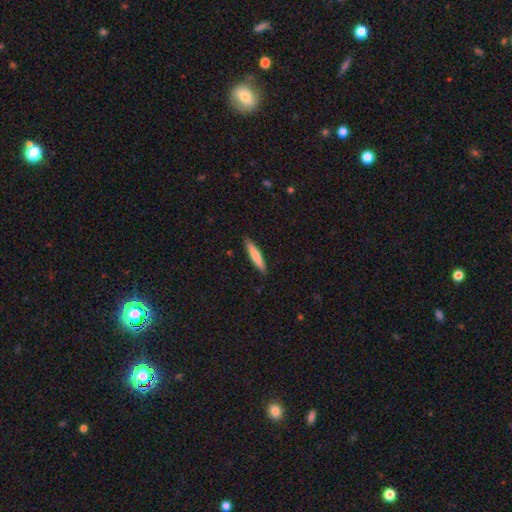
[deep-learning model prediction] A smooth galaxy with no disk features (77%) that is cigar-shaped (89%).

Vote fractions:
- Smooth or featured? smooth: 77% / featured or disk: 18% / star or artifact: 5%
- How rounded? cigar-shaped: 89% / in between: 10% / round: 1%
- Merging? none: 89% / minor disturbance: 8% / major disturbance: 1% / merger: 1%